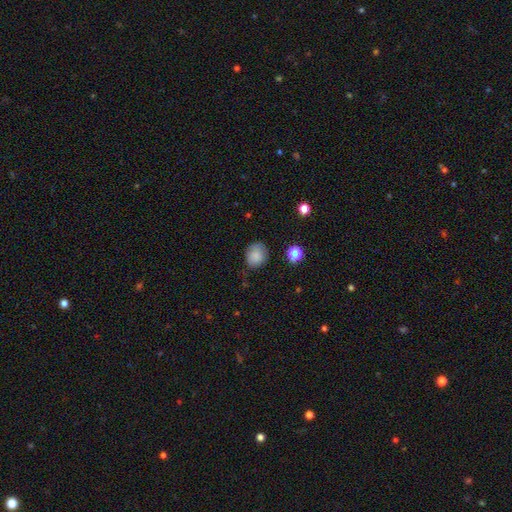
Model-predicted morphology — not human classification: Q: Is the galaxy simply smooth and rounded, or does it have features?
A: smooth — 83%.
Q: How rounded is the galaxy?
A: round — 62%.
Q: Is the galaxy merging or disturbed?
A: none — 68%.